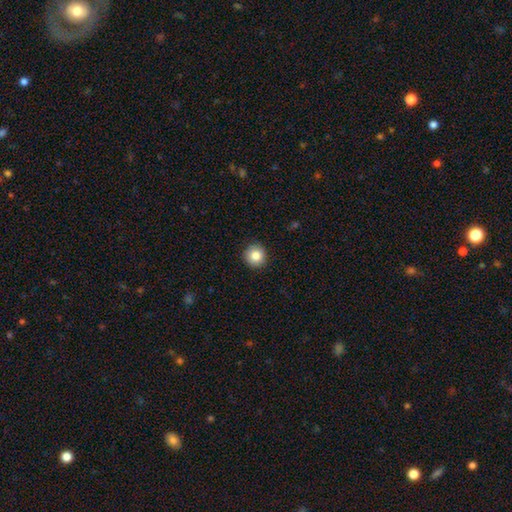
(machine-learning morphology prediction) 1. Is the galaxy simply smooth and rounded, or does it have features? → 85% smooth, 9% star or artifact, 6% featured or disk.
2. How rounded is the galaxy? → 94% round, 5% in between, 1% cigar-shaped.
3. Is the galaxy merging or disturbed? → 91% none, 6% minor disturbance, 2% major disturbance, 1% merger.